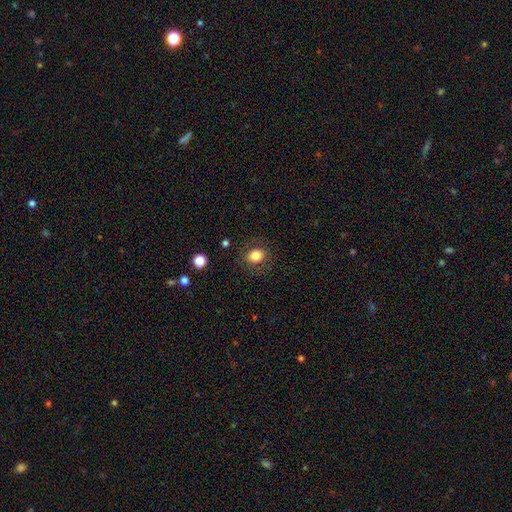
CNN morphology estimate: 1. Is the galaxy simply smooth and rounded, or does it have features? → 81% smooth, 10% star or artifact, 9% featured or disk.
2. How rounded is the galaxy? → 59% round, 40% in between, 1% cigar-shaped.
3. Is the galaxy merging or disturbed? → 82% none, 11% minor disturbance, 5% major disturbance, 1% merger.